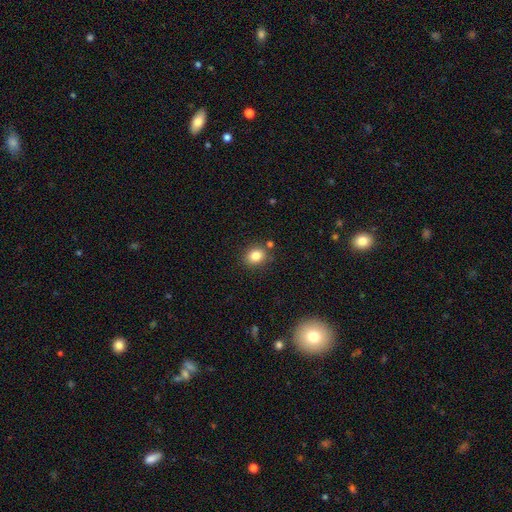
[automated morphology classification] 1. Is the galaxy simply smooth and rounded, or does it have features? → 84% smooth, 10% star or artifact, 6% featured or disk.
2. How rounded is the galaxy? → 51% round, 48% in between, 1% cigar-shaped.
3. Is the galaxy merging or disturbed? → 81% none, 11% minor disturbance, 6% merger, 3% major disturbance.